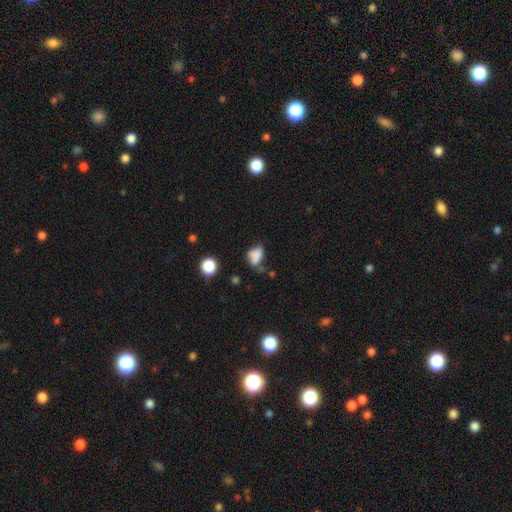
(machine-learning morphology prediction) This appears to be a smooth galaxy with no disk features (74%) that is in between round and cigar-shaped (77%). Merging: none (38%).